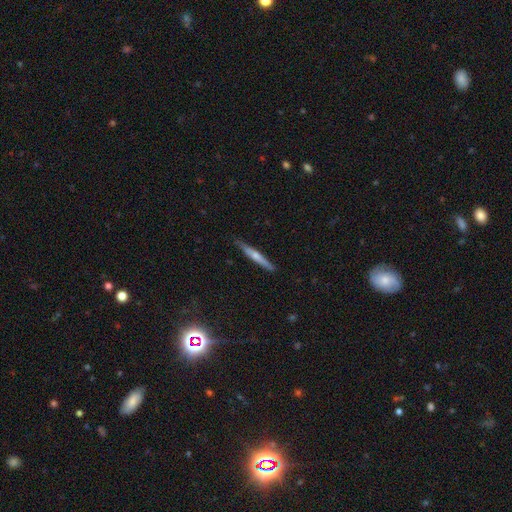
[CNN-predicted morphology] The model was most divided on "smooth or featured": featured or disk: 62%, smooth: 27%, star or artifact: 11%. More confident: edge-on disk — yes (96%); merging — none (88%); edge-on bulge — rounded (76%).